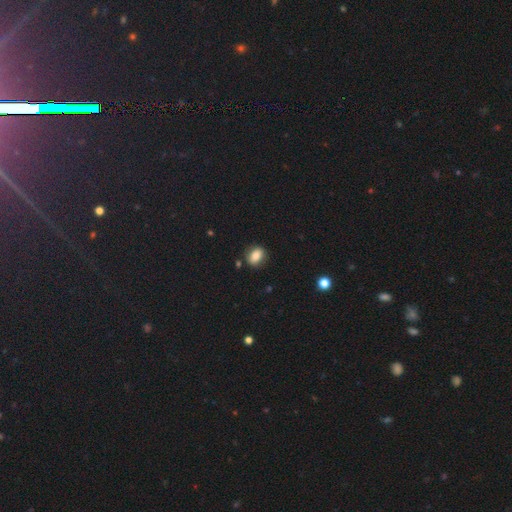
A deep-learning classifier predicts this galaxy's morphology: The model was most divided on "how rounded": in between: 64%, round: 34%, cigar-shaped: 2%. More confident: merging — none (83%); smooth or featured — smooth (82%).